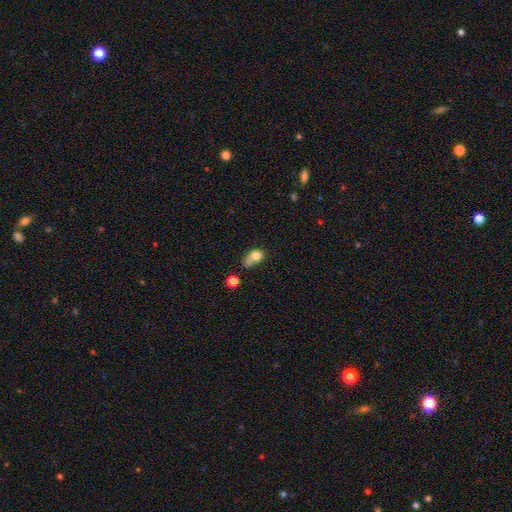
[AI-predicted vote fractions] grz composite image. It shows a smooth galaxy with no disk features (75%) that is round (52%). Merging: merger (34%).